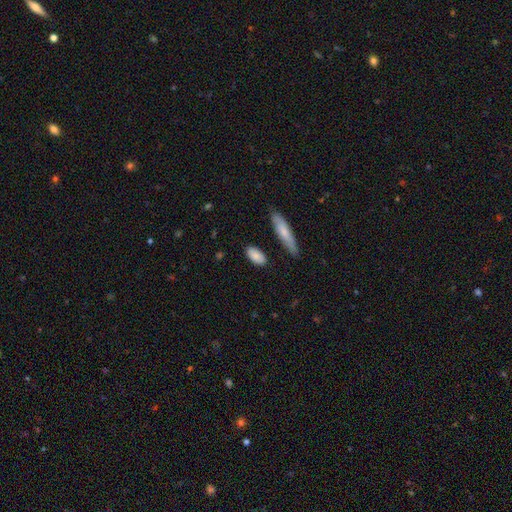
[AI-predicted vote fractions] This appears to be a smooth galaxy with no disk features (87%) that is in between round and cigar-shaped (87%). Merging: none (82%).